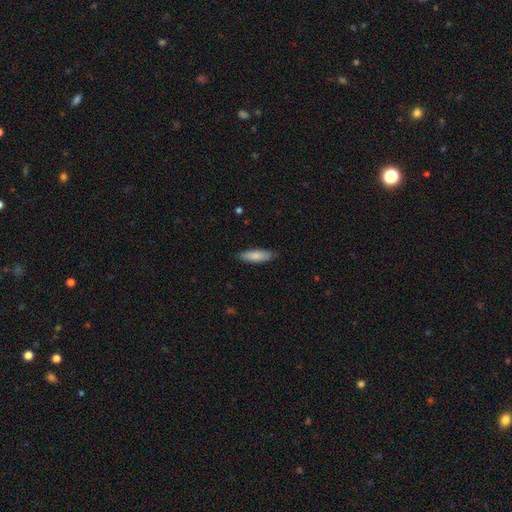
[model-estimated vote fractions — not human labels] smooth 84%, featured or disk 11%, star or artifact 6%. Down the decision tree: how rounded — in between (49%, tied with cigar-shaped); merging — none (86%).